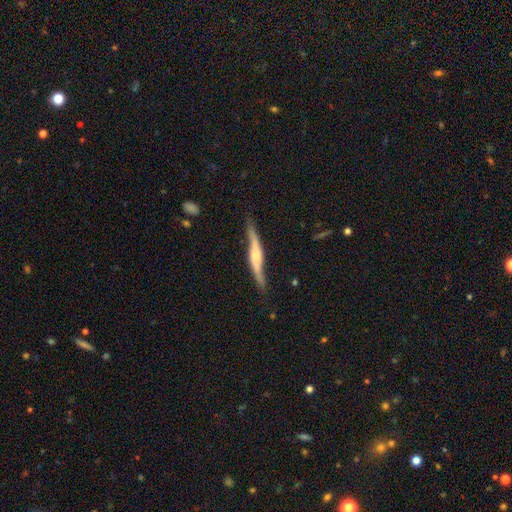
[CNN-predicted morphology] Smooth or featured: featured or disk — 73% (smooth — 22%)
Edge-on disk: yes — 84% (no — 16%)
Edge-on bulge: rounded — 73% (boxy — 15%)
Merging: none — 73% (minor disturbance — 20%)